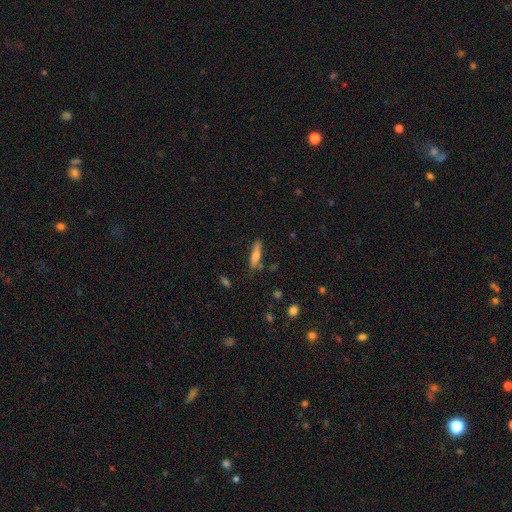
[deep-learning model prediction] This appears to be a smooth galaxy with no disk features (65%) that is cigar-shaped (78%). Merging: none (77%).